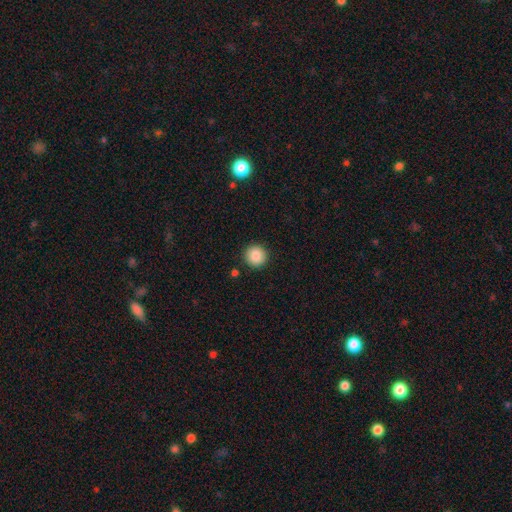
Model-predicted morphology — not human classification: The model was most divided on "smooth or featured": smooth: 88%, star or artifact: 8%, featured or disk: 4%. More confident: how rounded — round (95%); merging — none (91%).